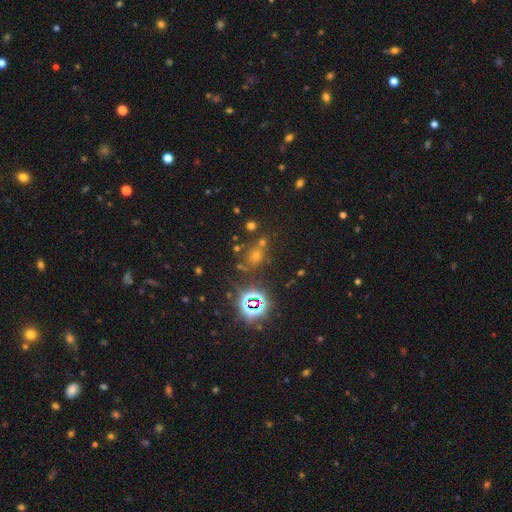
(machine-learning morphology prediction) A star or artifact, not a galaxy (61%).

Vote fractions:
- Smooth or featured? star or artifact: 61% / smooth: 28% / featured or disk: 11%